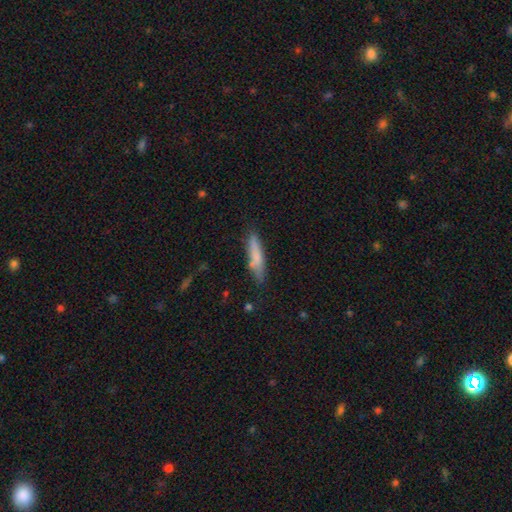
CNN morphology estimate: Smooth or featured? Predicted: smooth (p=0.76). How rounded? Predicted: cigar-shaped (p=0.82). Merging? Predicted: none (p=0.75).